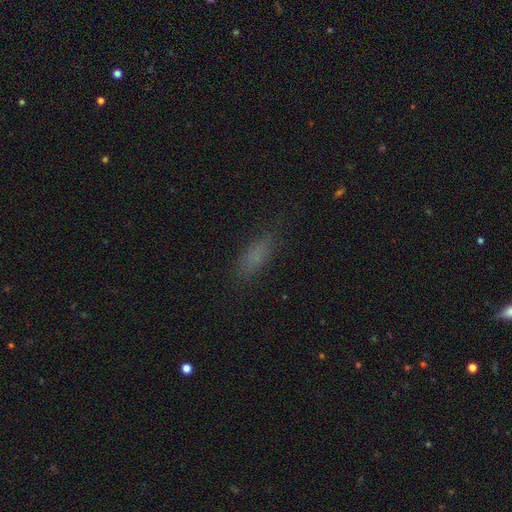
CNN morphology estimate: Q: Smooth or featured?
A: smooth (75%); runner-up: star or artifact (15%)
Q: How rounded?
A: in between (59%); runner-up: cigar-shaped (37%)
Q: Merging?
A: none (77%); runner-up: minor disturbance (16%)